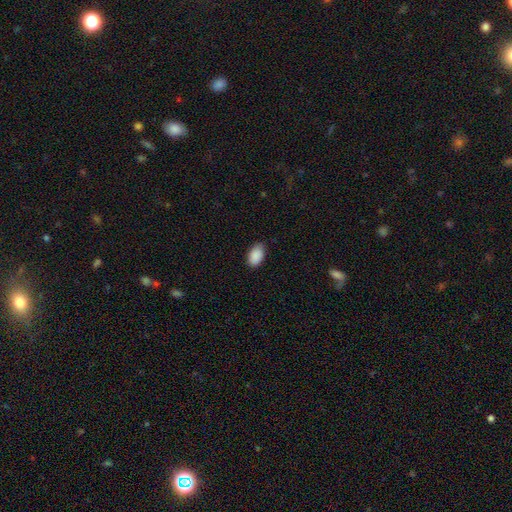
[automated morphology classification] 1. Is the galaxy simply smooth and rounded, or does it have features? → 90% smooth, 7% star or artifact, 3% featured or disk.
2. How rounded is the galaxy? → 94% in between, 5% round, 1% cigar-shaped.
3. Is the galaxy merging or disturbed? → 77% none, 19% minor disturbance, 3% major disturbance, 1% merger.